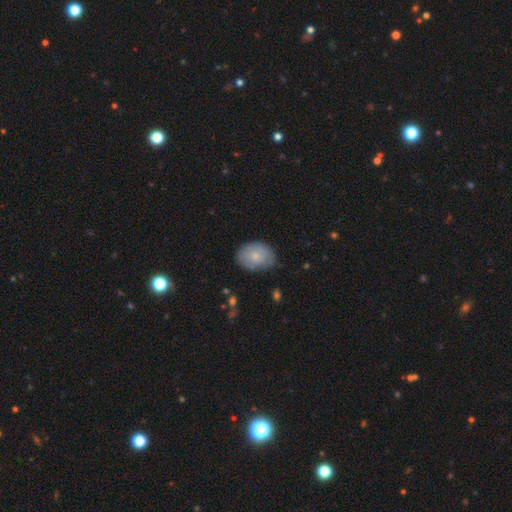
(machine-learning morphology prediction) Overall: smooth (72%). How rounded: in between (69%; round 30%). Merging: none (67%).